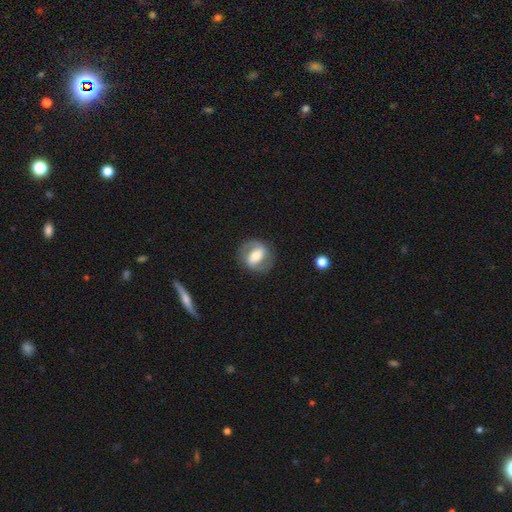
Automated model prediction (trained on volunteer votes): smooth_or_featured: featured or disk (p=0.70) [alt: smooth p=0.24]
disk_edge_on: no (p=0.95) [alt: yes p=0.05]
bar: strong (p=0.53) [alt: weak p=0.31]
has_spiral_arms: yes (p=0.78) [alt: no p=0.22]
spiral_winding: medium (p=0.48) [alt: tight p=0.32]
spiral_arm_count: 2 (p=0.88) [alt: can't tell p=0.06]
bulge_size: moderate (p=0.60) [alt: small p=0.20]
merging: none (p=0.83) [alt: minor disturbance p=0.11]